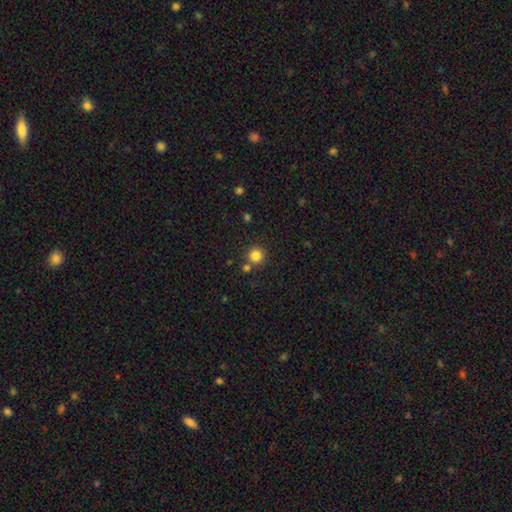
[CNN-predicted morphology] Smooth or featured? Predicted: smooth (p=0.83). How rounded? Predicted: round (p=0.94). Merging? Predicted: none (p=0.78).